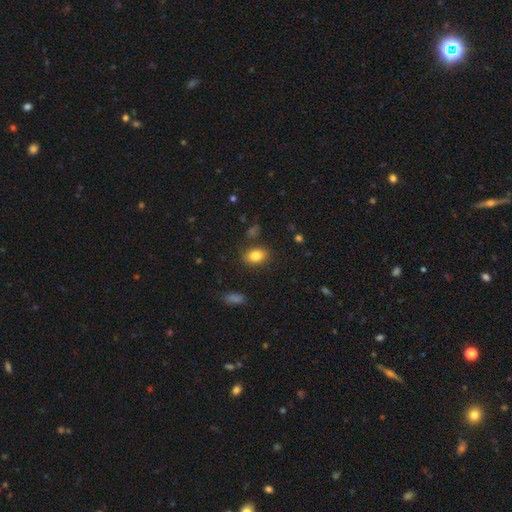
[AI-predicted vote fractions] A smooth galaxy with no disk features (83%) that is in between round and cigar-shaped (77%).

Vote fractions:
- Smooth or featured? smooth: 83% / star or artifact: 9% / featured or disk: 8%
- How rounded? in between: 77% / round: 21% / cigar-shaped: 1%
- Merging? none: 83% / minor disturbance: 11% / major disturbance: 3% / merger: 2%